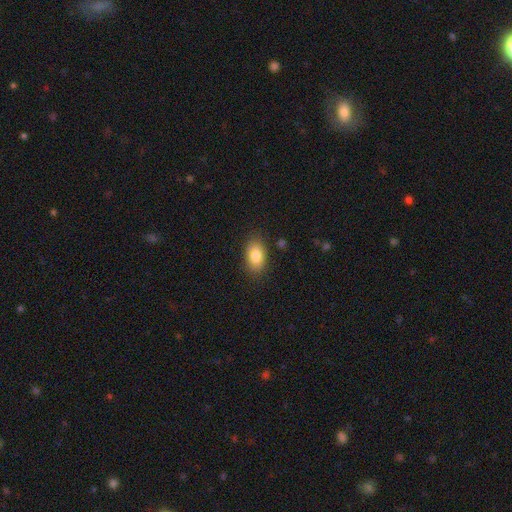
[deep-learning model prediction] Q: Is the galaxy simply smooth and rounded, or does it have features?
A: smooth — 84%.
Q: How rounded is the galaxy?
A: in between — 88%.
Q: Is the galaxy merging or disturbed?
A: none — 84%.